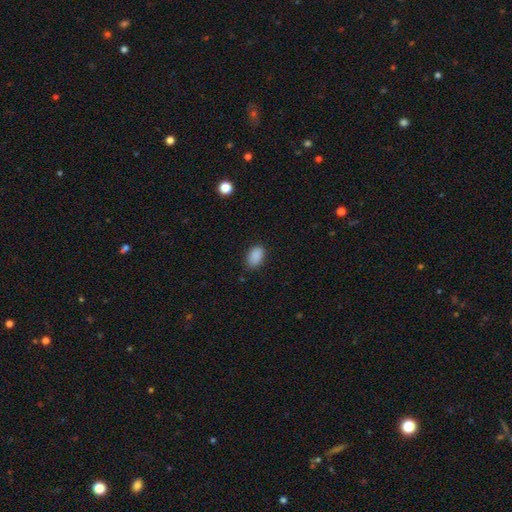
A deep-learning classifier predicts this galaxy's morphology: This appears to be a smooth galaxy with no disk features (89%) that is in between round and cigar-shaped (91%). Merging: none (83%).